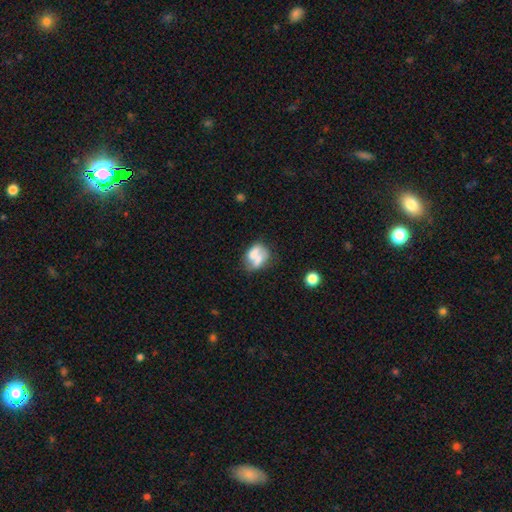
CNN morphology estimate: type=smooth (49%); merging=merger (42%).